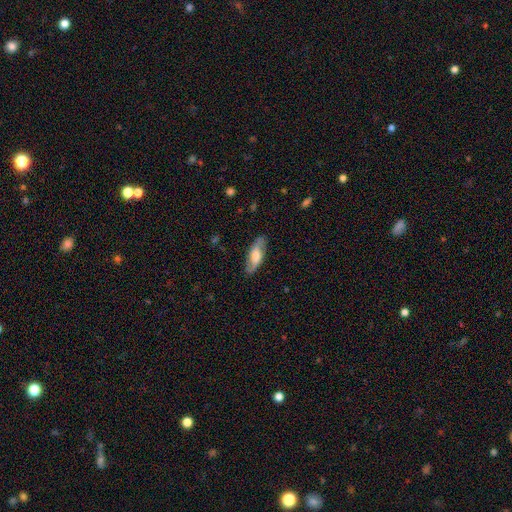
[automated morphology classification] Smooth or featured? Predicted: featured or disk (p=0.51). Edge-on disk? Predicted: no (p=0.73). Merging? Predicted: none (p=0.85).